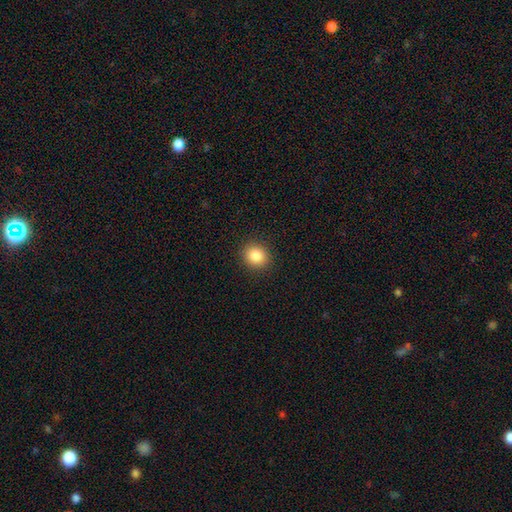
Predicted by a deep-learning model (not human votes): Morphology: type=smooth (86%); roundness=round (77%); merging=none (91%).